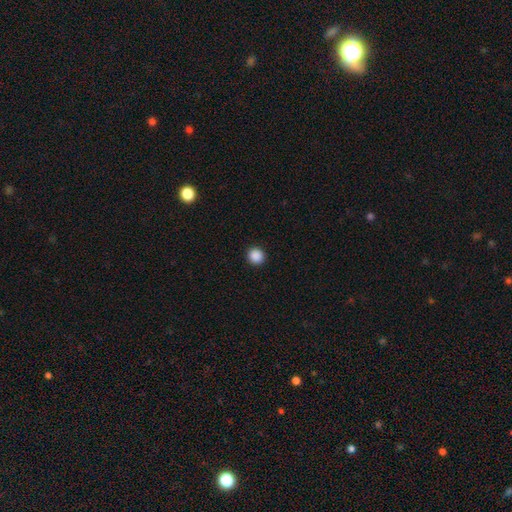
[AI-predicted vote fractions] The model was most divided on "smooth or featured": smooth: 88%, star or artifact: 10%, featured or disk: 2%. More confident: merging — none (93%); how rounded — round (92%).